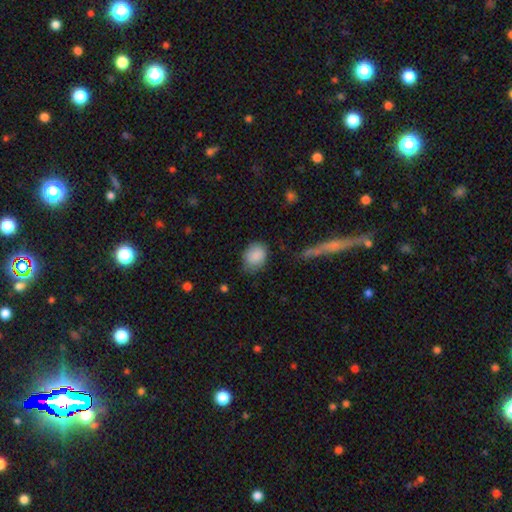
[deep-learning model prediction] smooth-or-featured: smooth: 87% | star or artifact: 7% | featured or disk: 6%
  how-rounded: in between: 53% | round: 46% | cigar-shaped: 1%
  merging: none: 69% | minor disturbance: 23% | major disturbance: 6% | merger: 2%